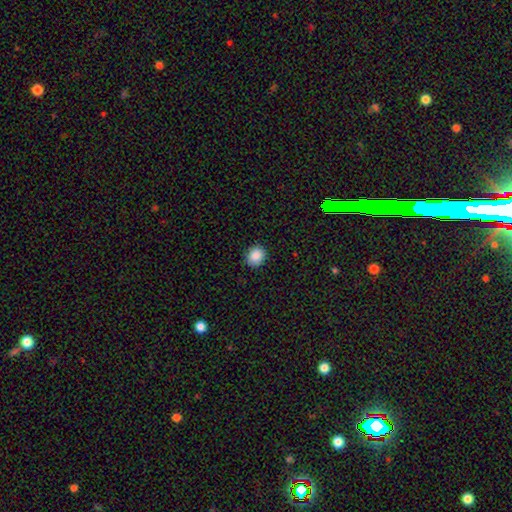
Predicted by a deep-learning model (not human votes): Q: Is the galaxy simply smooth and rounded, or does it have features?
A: smooth — 88%.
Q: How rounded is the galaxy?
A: round — 71%.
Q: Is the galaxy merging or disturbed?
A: none — 89%.